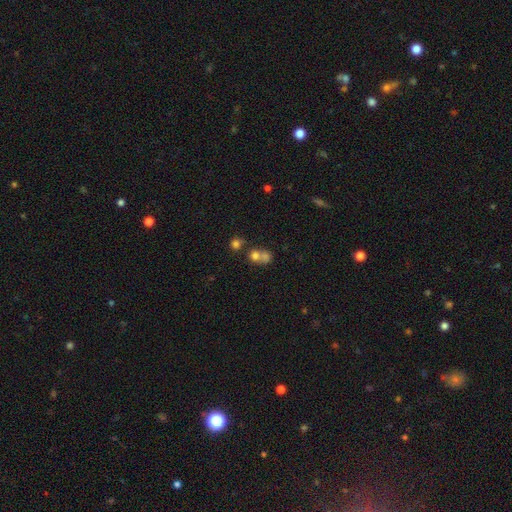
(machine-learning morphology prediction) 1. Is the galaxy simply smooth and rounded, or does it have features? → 70% smooth, 15% featured or disk, 15% star or artifact.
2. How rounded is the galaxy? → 76% round, 23% in between, 1% cigar-shaped.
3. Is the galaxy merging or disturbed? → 55% merger, 35% none, 7% minor disturbance, 4% major disturbance.